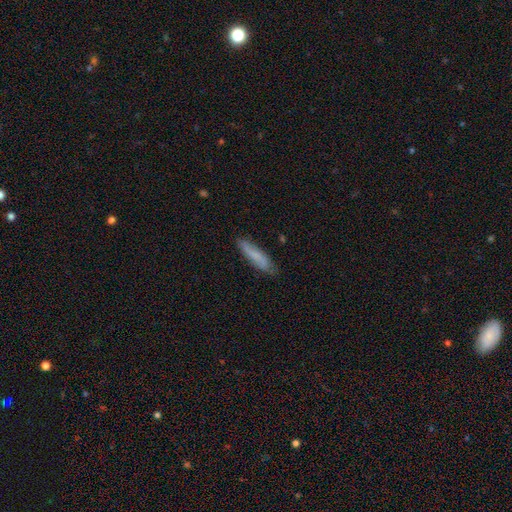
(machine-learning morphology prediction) This is likely a smooth galaxy (67%). How rounded: likely cigar-shaped (77%). Merging: likely none (78%).